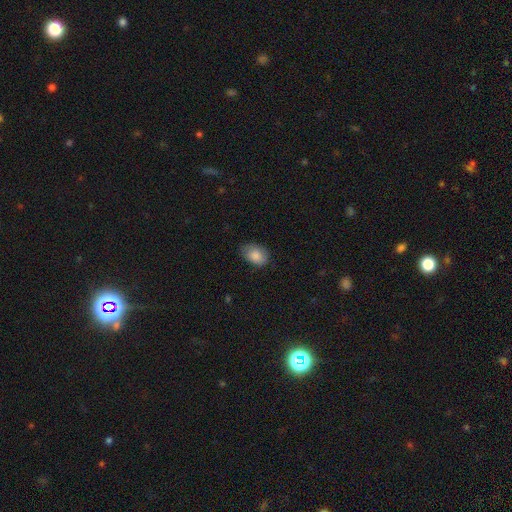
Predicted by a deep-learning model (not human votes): A smooth galaxy with no disk features (84%) that is in between round and cigar-shaped (84%). Merging: none (74%).